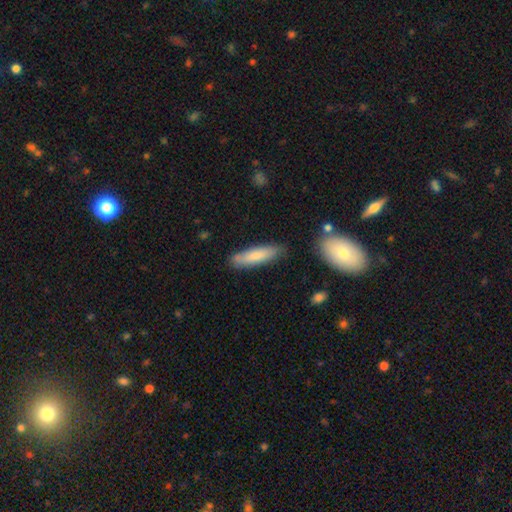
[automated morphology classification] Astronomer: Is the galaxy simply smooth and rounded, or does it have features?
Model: smooth — 79%.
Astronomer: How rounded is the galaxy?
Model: cigar-shaped — 73%.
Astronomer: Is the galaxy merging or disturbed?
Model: none — 80%.